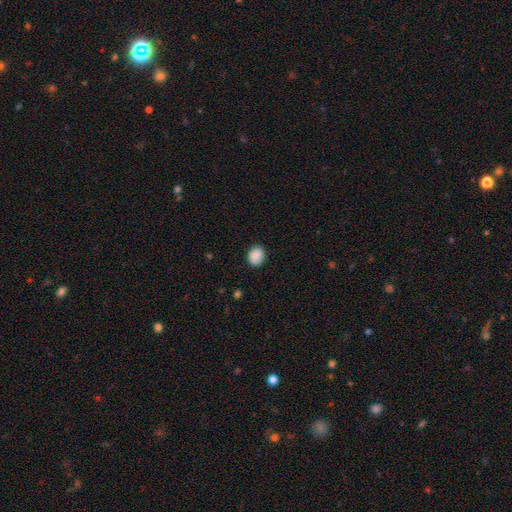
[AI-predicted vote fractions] The model was most divided on "how rounded": round: 58%, in between: 41%, cigar-shaped: 1%. More confident: smooth or featured — smooth (89%); merging — none (85%).